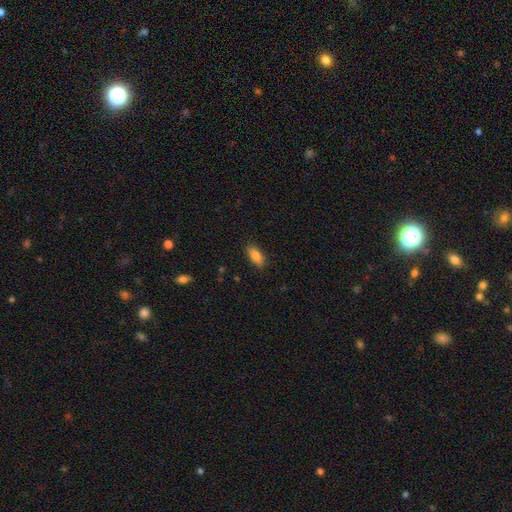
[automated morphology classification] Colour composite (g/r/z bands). It shows a smooth galaxy with no disk features (86%) that is in between round and cigar-shaped (85%). Merging: none (87%).